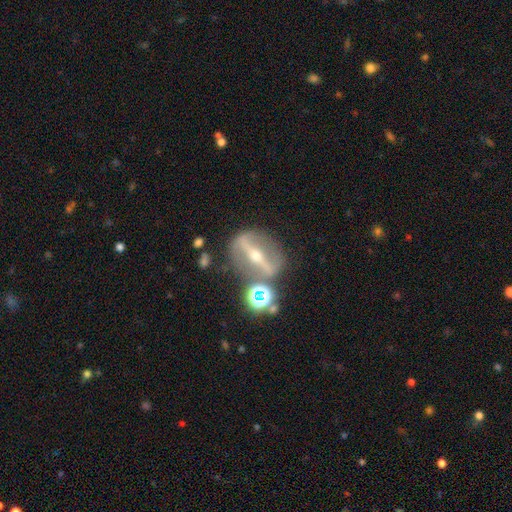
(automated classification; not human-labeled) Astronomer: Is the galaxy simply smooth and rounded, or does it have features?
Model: featured or disk — 78%.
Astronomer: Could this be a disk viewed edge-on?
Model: no — 79%.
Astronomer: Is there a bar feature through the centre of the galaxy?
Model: strong — 76%.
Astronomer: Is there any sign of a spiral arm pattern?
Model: yes — 53% (runner-up: no, 47%).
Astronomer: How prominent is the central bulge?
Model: small — 49% (runner-up: moderate, 47%).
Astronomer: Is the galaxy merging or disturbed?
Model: none — 60%.